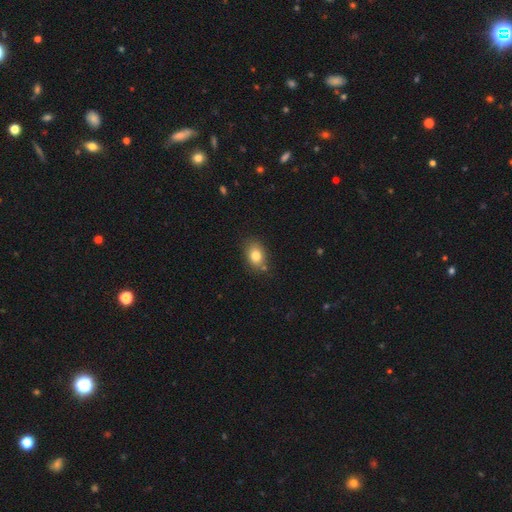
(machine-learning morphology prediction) Q: Smooth or featured?
A: smooth (80%); runner-up: featured or disk (10%)
Q: How rounded?
A: in between (72%); runner-up: round (27%)
Q: Merging?
A: none (76%); runner-up: minor disturbance (15%)